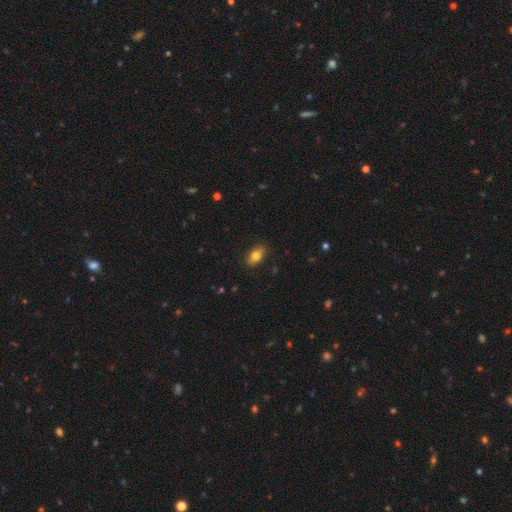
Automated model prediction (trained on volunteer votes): This appears to be a smooth galaxy with no disk features (78%) that is in between round and cigar-shaped (87%). Merging: none (86%).